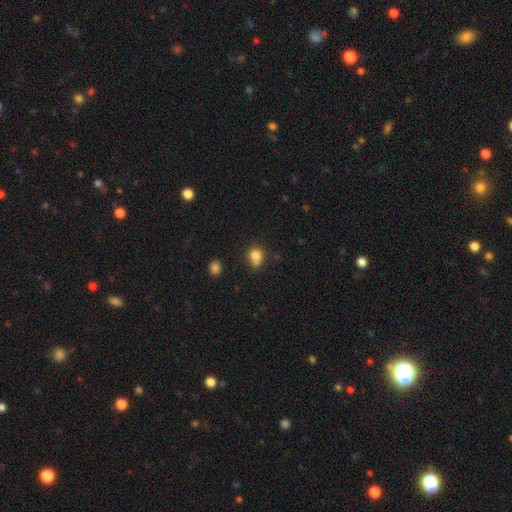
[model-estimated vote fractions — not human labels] A smooth galaxy with no disk features (79%) that is round (59%).

Vote fractions:
- Smooth or featured? smooth: 79% / star or artifact: 12% / featured or disk: 9%
- How rounded? round: 59% / in between: 39% / cigar-shaped: 1%
- Merging? none: 44% / minor disturbance: 26% / merger: 20% / major disturbance: 10%